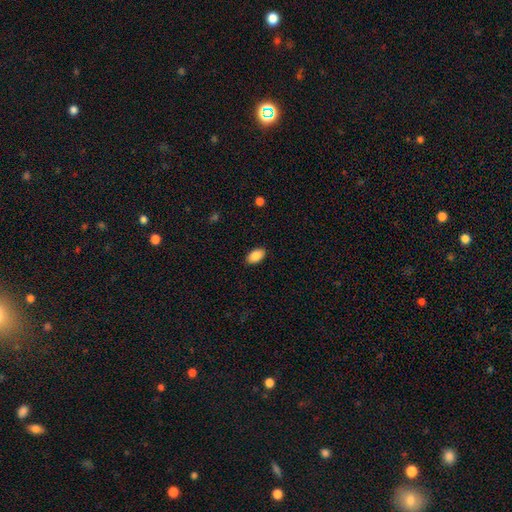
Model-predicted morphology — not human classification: Smooth or featured?
  - smooth: 88% *
  - star or artifact: 7%
  - featured or disk: 5%
How rounded?
  - in between: 93% *
  - round: 5%
  - cigar-shaped: 2%
Merging?
  - none: 88% *
  - minor disturbance: 9%
  - major disturbance: 2%
  - merger: 1%